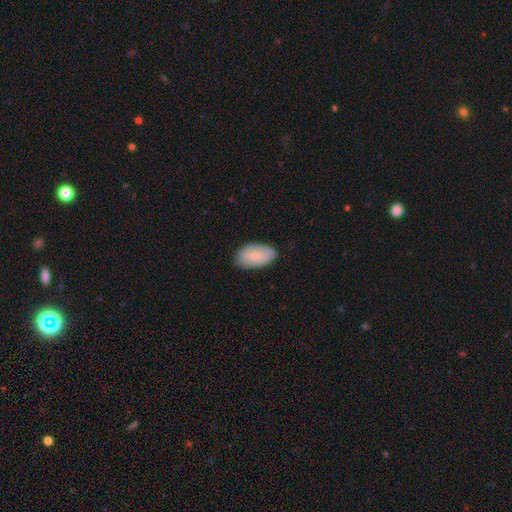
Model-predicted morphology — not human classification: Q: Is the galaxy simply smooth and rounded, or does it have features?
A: smooth — 79%.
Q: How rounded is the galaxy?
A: in between — 95%.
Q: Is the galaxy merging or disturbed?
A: none — 78%.